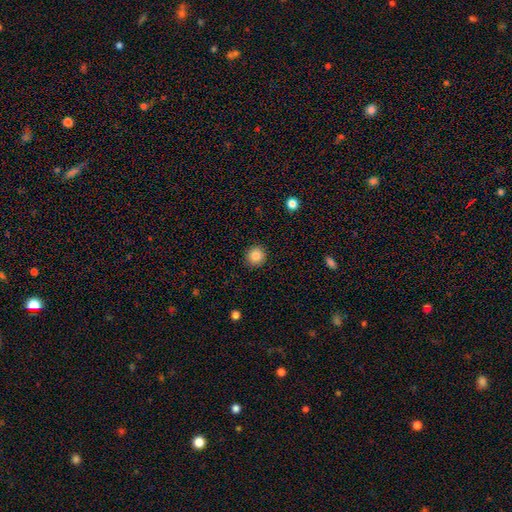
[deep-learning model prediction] Smooth or featured? smooth (84%)
How rounded? round (94%)
Merging? none (92%)